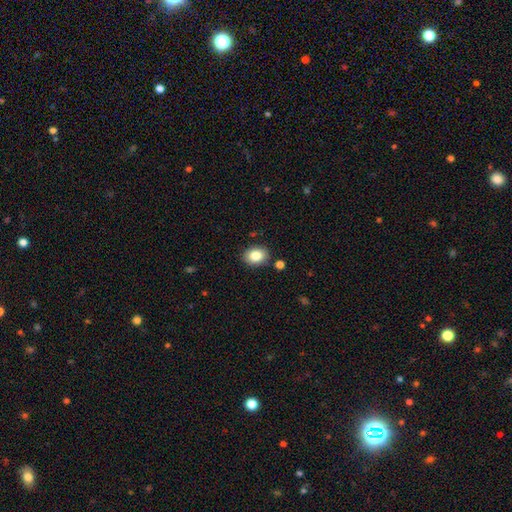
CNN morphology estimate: This is clearly a smooth galaxy (84%). How rounded: likely in between (63%). Merging: clearly none (86%).